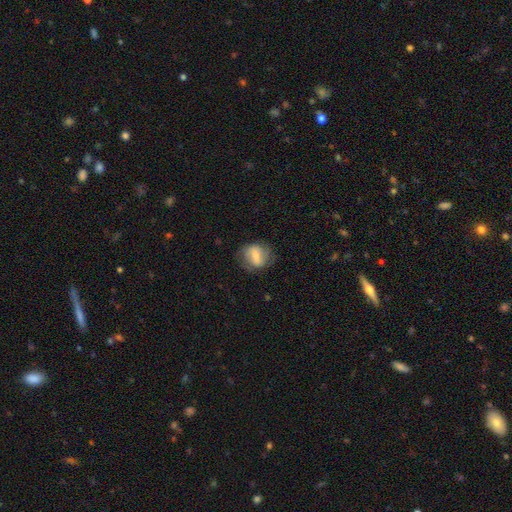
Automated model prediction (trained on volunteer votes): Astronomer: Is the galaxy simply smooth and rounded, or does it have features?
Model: smooth — 50% (runner-up: featured or disk, 42%).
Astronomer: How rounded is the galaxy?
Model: round — 58% (runner-up: in between, 39%).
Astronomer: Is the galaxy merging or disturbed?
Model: none — 71%.